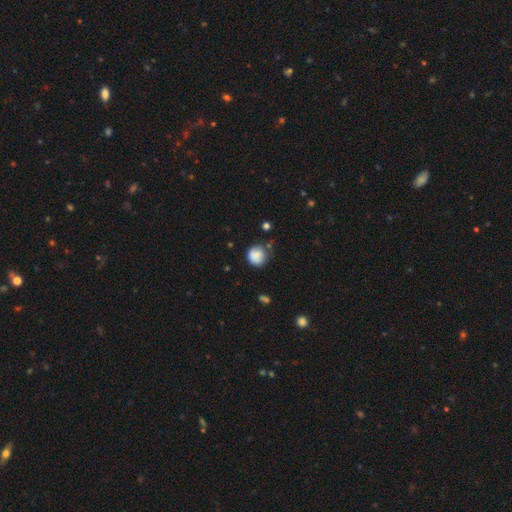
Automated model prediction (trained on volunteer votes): The model was most divided on "merging": none: 66%, minor disturbance: 24%, major disturbance: 6%, merger: 5%. More confident: how rounded — round (89%); smooth or featured — smooth (84%).